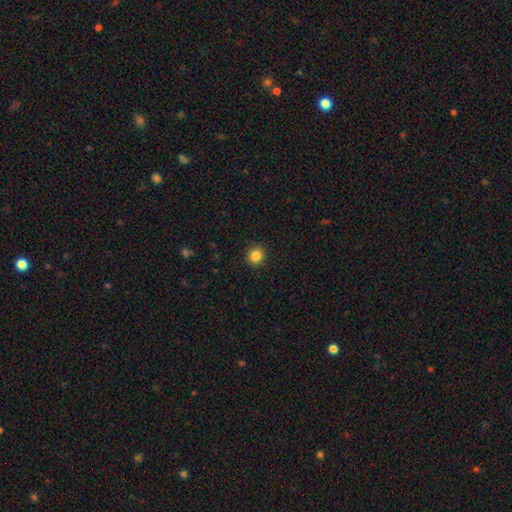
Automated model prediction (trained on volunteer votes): smooth 85%, star or artifact 11%, featured or disk 4%. Down the decision tree: how rounded — round (92%); merging — none (92%).